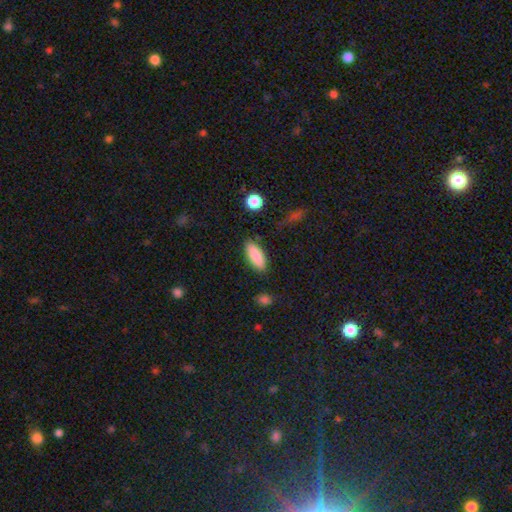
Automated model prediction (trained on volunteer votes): A smooth galaxy with no disk features (88%) that is in between round and cigar-shaped (76%). Merging: none (84%).